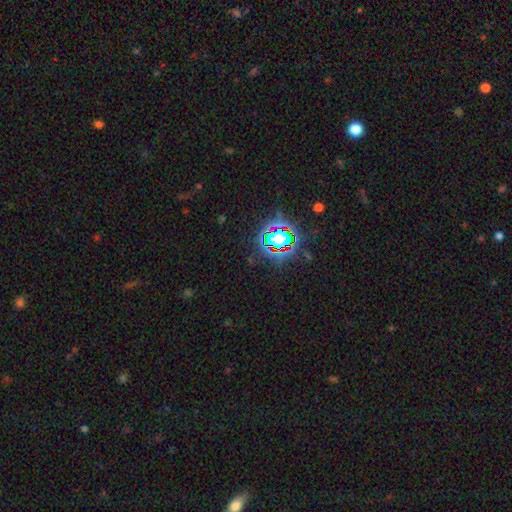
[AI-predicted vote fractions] The model was most divided on "smooth or featured": star or artifact: 79%, smooth: 13%, featured or disk: 9%.